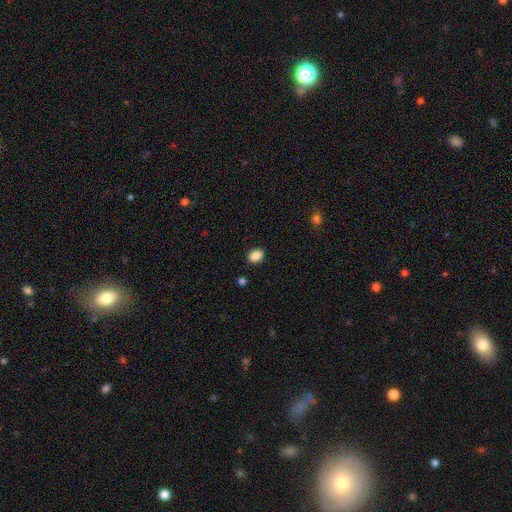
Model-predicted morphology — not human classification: type=smooth (87%); roundness=in between (68%); merging=none (90%).